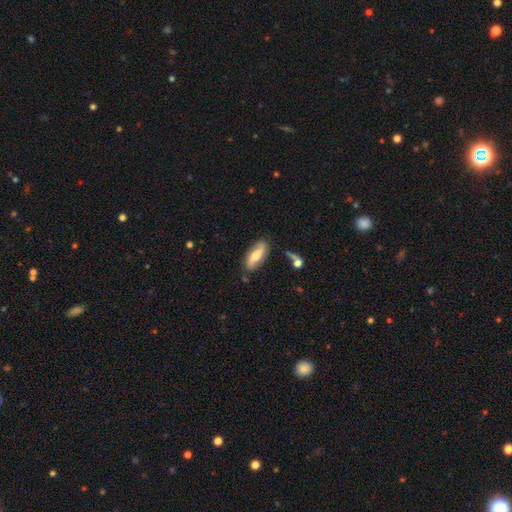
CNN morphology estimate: Overall: featured or disk (49%; smooth 44%). Merging: none (78%).